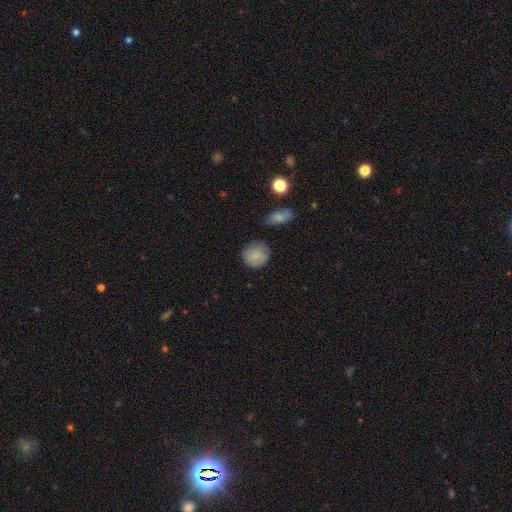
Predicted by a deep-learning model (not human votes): smooth-or-featured: smooth: 82% | featured or disk: 11% | star or artifact: 8%
  how-rounded: round: 89% | in between: 10% | cigar-shaped: 1%
  merging: none: 75% | minor disturbance: 18% | major disturbance: 4% | merger: 3%